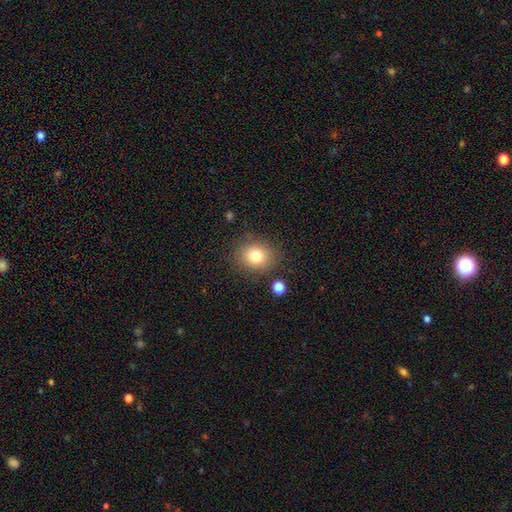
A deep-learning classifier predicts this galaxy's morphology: This appears to be a smooth galaxy with no disk features (80%) that is round (72%). Merging: none (82%).